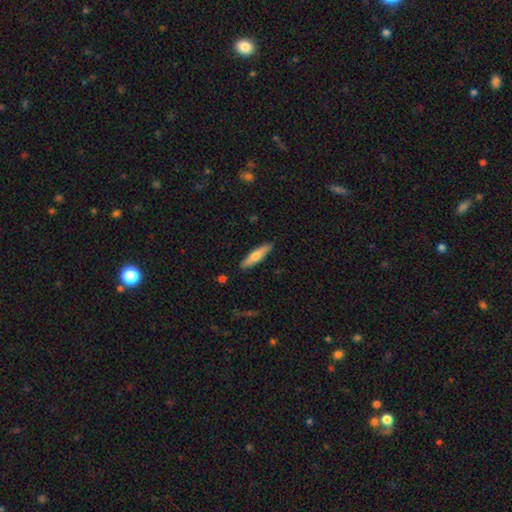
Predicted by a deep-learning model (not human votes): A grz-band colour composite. It shows a smooth galaxy with no disk features (57%) that is cigar-shaped (80%). Merging: none (89%).